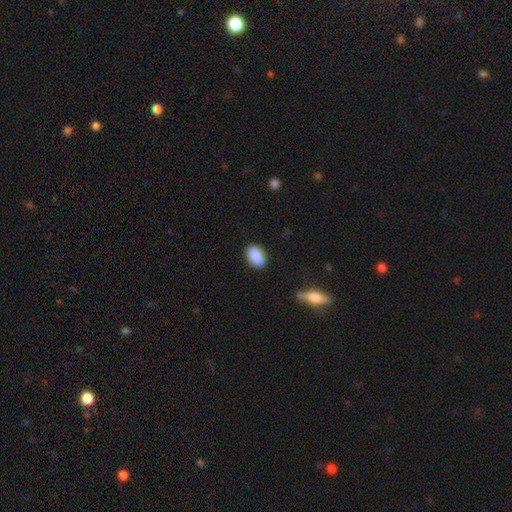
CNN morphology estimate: Smooth or featured?
  - smooth: 89% *
  - star or artifact: 7%
  - featured or disk: 4%
How rounded?
  - in between: 90% *
  - round: 8%
  - cigar-shaped: 2%
Merging?
  - none: 86% *
  - minor disturbance: 10%
  - major disturbance: 2%
  - merger: 1%